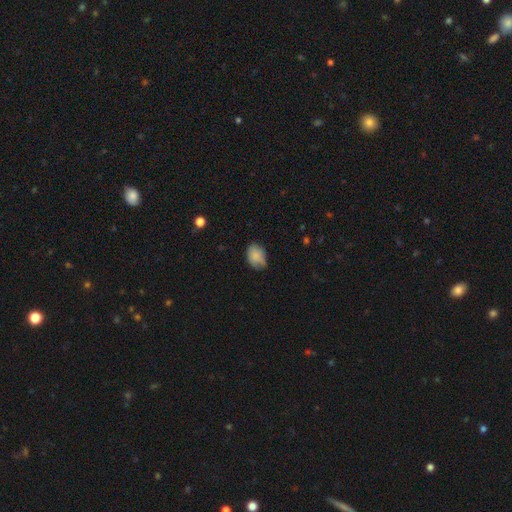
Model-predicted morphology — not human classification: Q: Smooth or featured?
A: smooth (83%); runner-up: featured or disk (9%)
Q: How rounded?
A: in between (76%); runner-up: round (22%)
Q: Merging?
A: none (65%); runner-up: minor disturbance (28%)